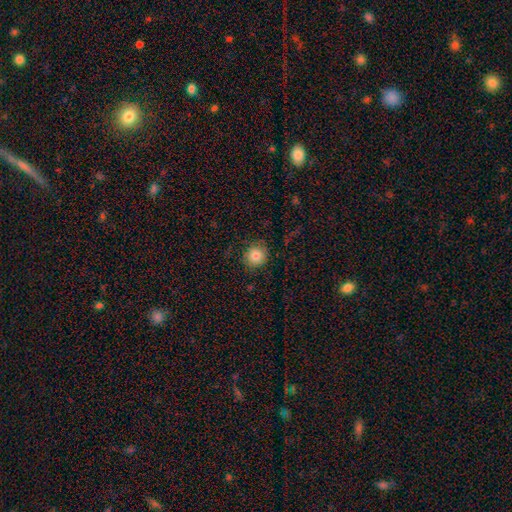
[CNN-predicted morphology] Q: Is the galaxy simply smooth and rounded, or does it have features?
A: smooth — 81%.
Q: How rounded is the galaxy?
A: round — 90%.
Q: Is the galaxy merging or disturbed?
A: none — 85%.